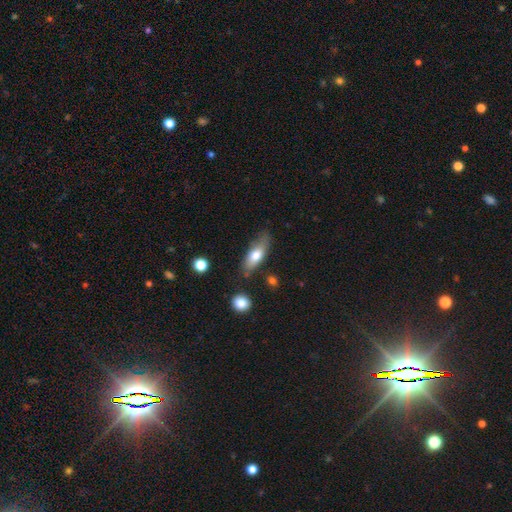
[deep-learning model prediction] Smooth or featured?
  - smooth: 68% *
  - featured or disk: 25%
  - star or artifact: 6%
How rounded?
  - in between: 65% *
  - cigar-shaped: 32%
  - round: 3%
Merging?
  - none: 67% *
  - minor disturbance: 23%
  - major disturbance: 6%
  - merger: 5%